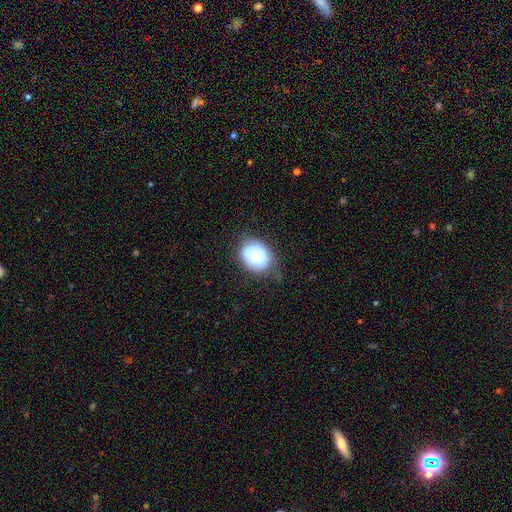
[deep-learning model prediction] Q: Smooth or featured?
A: smooth (69%); runner-up: featured or disk (23%)
Q: How rounded?
A: in between (51%); runner-up: round (49%)
Q: Merging?
A: none (62%); runner-up: minor disturbance (27%)